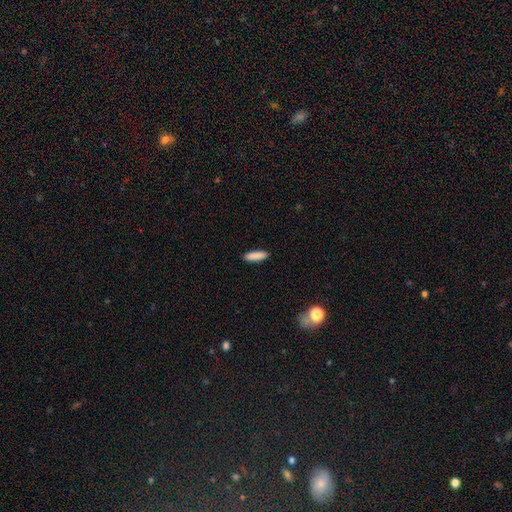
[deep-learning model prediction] This appears to be a smooth galaxy with no disk features (89%) that is cigar-shaped (60%). Merging: none (90%).